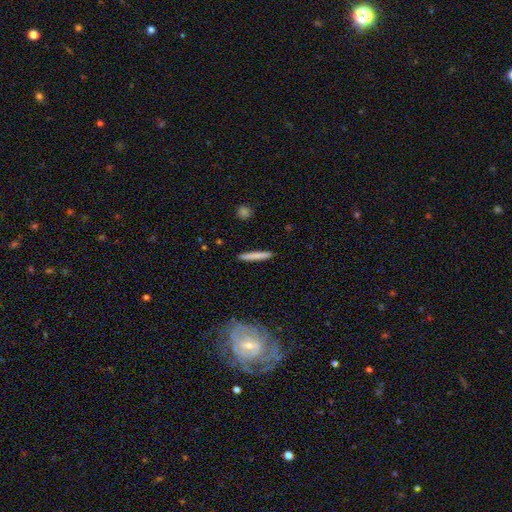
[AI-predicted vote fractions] This appears to be a smooth galaxy with no disk features (77%) that is cigar-shaped (95%). Merging: none (91%).